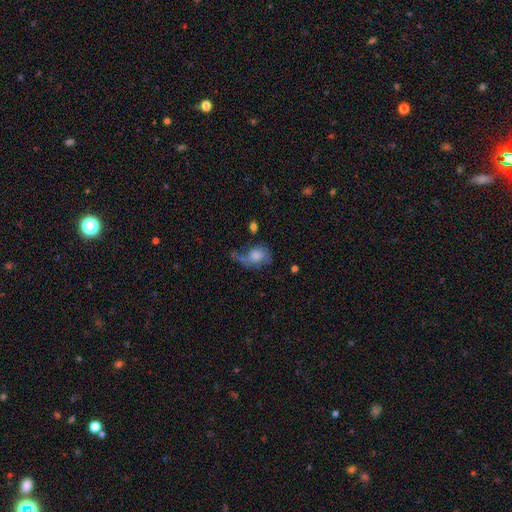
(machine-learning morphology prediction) The model was most divided on "smooth or featured": smooth: 50%, featured or disk: 40%, star or artifact: 10%. Remaining: how rounded — in between (62%); merging — major disturbance (41%).